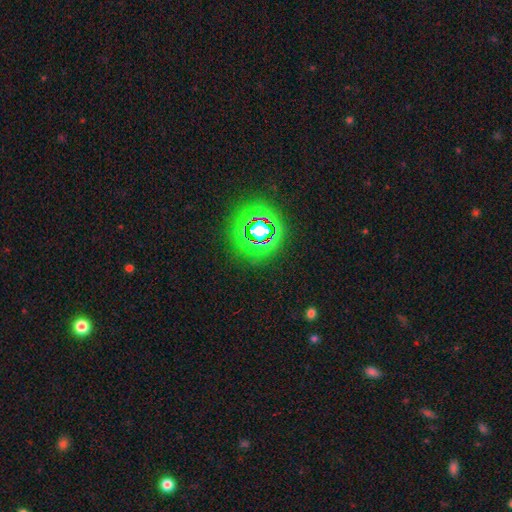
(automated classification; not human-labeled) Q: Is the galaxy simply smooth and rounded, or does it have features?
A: star or artifact — 80%.